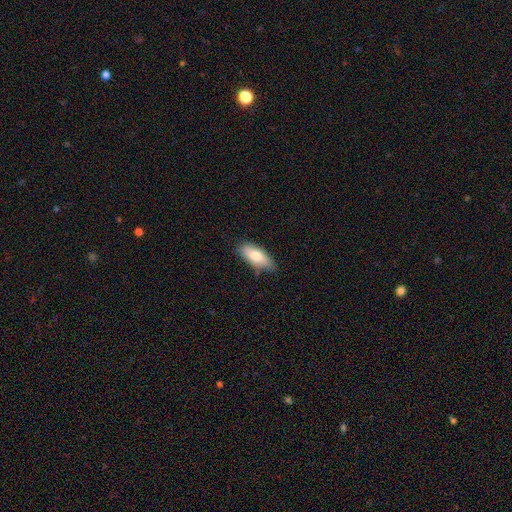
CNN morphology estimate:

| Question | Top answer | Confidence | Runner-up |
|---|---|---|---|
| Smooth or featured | smooth | 76% | featured or disk (18%) |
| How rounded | in between | 81% | cigar-shaped (17%) |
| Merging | none | 79% | minor disturbance (17%) |